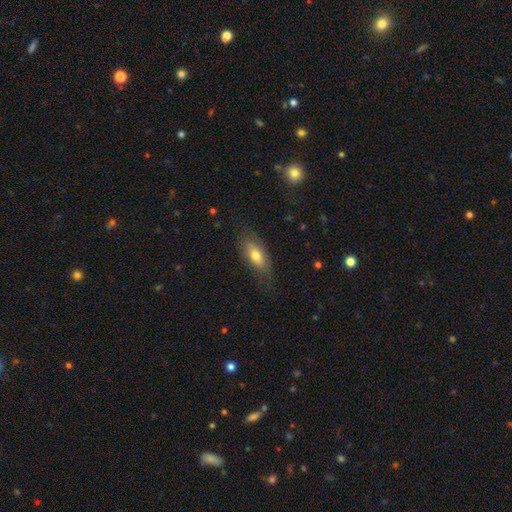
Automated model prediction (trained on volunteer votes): smooth 71%, featured or disk 22%, star or artifact 7%. Down the decision tree: how rounded — in between (79%); merging — none (72%).